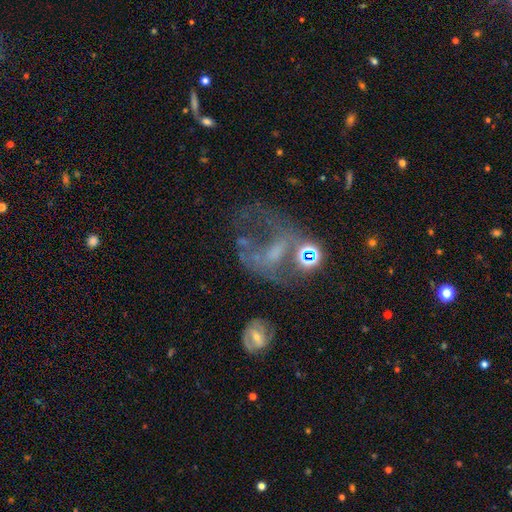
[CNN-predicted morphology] A featured or disk galaxy (51%).

Vote fractions:
- Smooth or featured? featured or disk: 51% / star or artifact: 30% / smooth: 19%
- Edge-on disk? no: 96% / yes: 4%
- Merging? major disturbance: 39% / none: 28% / merger: 18% / minor disturbance: 15%